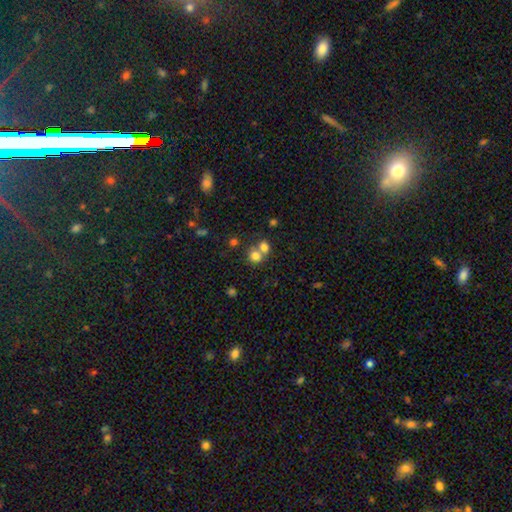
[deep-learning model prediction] This is likely a smooth galaxy (76%). How rounded: likely round (75%). Merging: possibly merger (52%).